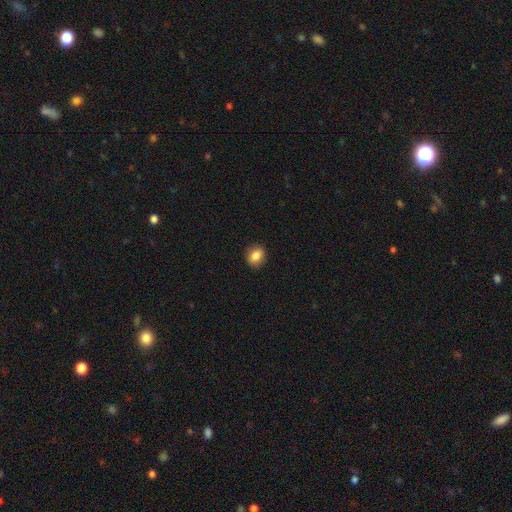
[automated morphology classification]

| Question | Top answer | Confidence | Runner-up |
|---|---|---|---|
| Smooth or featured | smooth | 84% | star or artifact (9%) |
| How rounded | round | 50% | in between (49%) |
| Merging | none | 88% | minor disturbance (9%) |